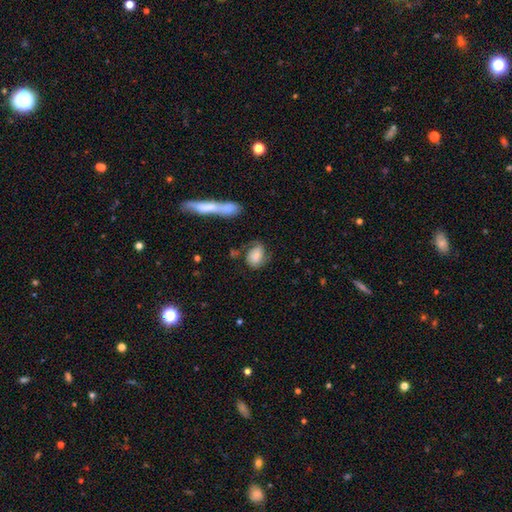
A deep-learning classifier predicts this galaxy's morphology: Smooth or featured: smooth — 59% (featured or disk — 33%)
How rounded: in between — 67% (round — 31%)
Merging: none — 50% (minor disturbance — 25%)